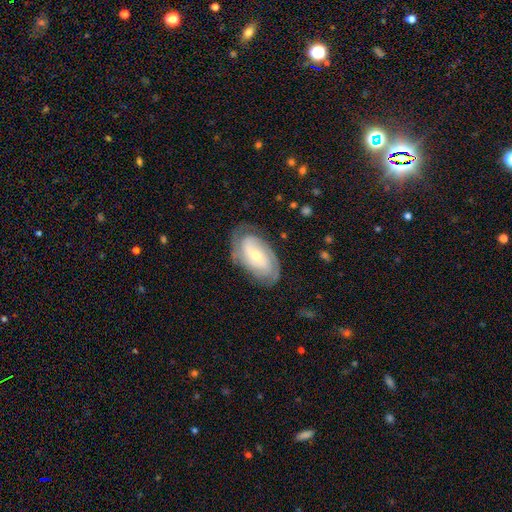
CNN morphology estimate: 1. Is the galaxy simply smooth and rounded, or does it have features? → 80% featured or disk, 14% smooth, 5% star or artifact.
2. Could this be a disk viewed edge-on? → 95% no, 5% yes.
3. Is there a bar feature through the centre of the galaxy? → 42% weak, 38% no, 20% strong.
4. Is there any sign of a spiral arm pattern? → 93% yes, 7% no.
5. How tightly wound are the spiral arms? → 63% tight, 29% medium, 8% loose.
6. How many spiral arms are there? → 49% 2, 26% can't tell, 14% 3, 4% 4, 4% 1, 3% more than 4.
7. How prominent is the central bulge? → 53% small, 43% moderate, 2% large, 1% none, 1% dominant.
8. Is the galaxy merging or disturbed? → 76% none, 17% minor disturbance, 6% major disturbance, 1% merger.